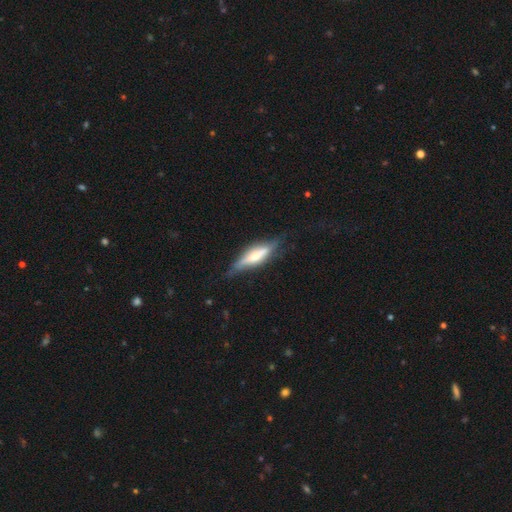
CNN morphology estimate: This is possibly a featured or disk galaxy (58%). It is clearly viewed edge-on (87%). Edge-on bulge: likely rounded (65%). Merging: likely none (68%).